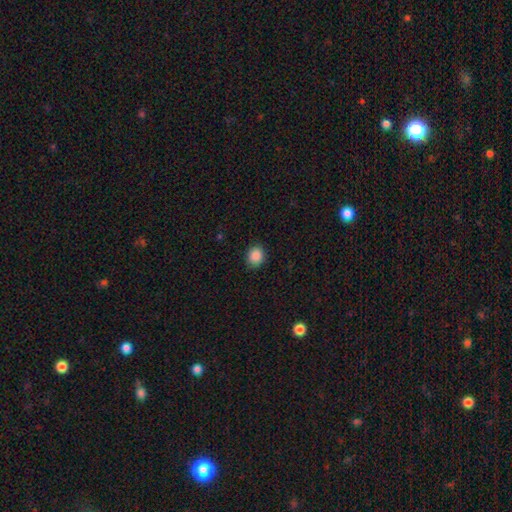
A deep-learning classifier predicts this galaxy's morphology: Smooth or featured?
  - smooth: 88% *
  - star or artifact: 9%
  - featured or disk: 3%
How rounded?
  - round: 68% *
  - in between: 31%
  - cigar-shaped: 1%
Merging?
  - none: 88% *
  - minor disturbance: 9%
  - major disturbance: 2%
  - merger: 1%